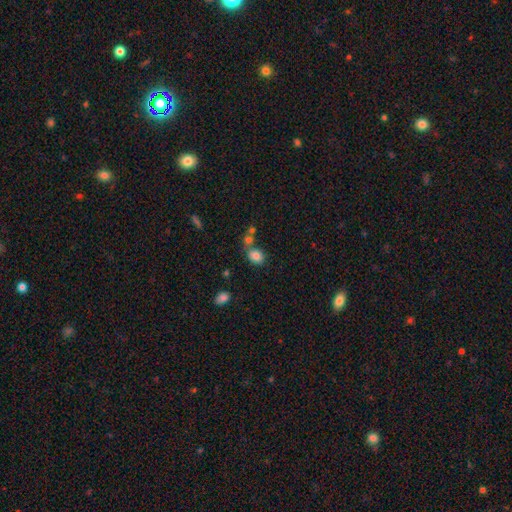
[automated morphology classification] Smooth or featured? Predicted: smooth (p=0.83). How rounded? Predicted: in between (p=0.63). Merging? Predicted: none (p=0.59).